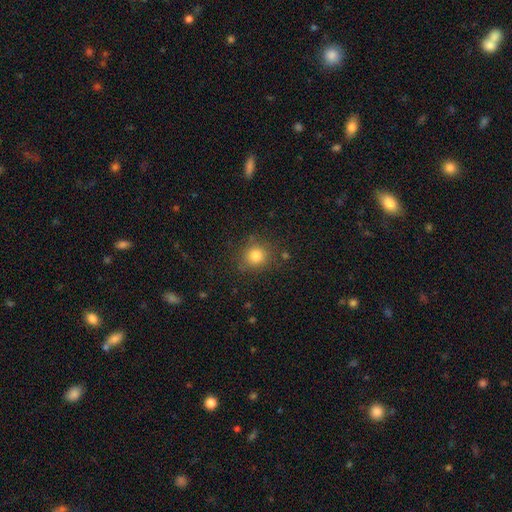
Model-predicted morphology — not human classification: Overall: smooth (82%). How rounded: round (87%). Merging: none (83%).